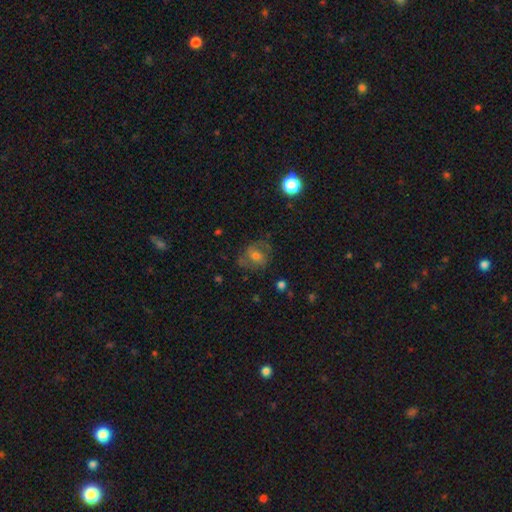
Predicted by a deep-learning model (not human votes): This is possibly a smooth galaxy (45%). Merging: likely none (61%).